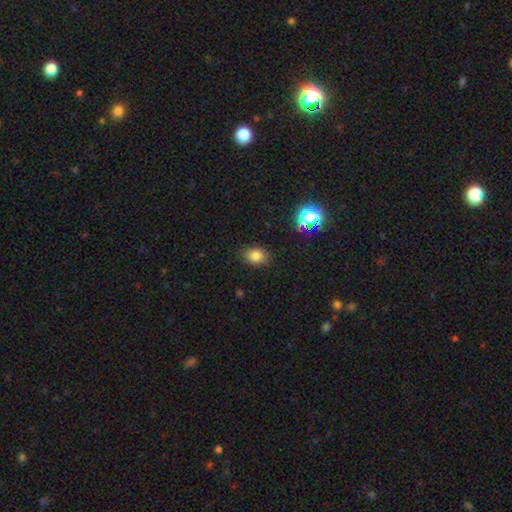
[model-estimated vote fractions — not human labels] Smooth or featured: smooth — 80% (star or artifact — 14%)
How rounded: in between — 64% (round — 35%)
Merging: none — 84% (minor disturbance — 12%)